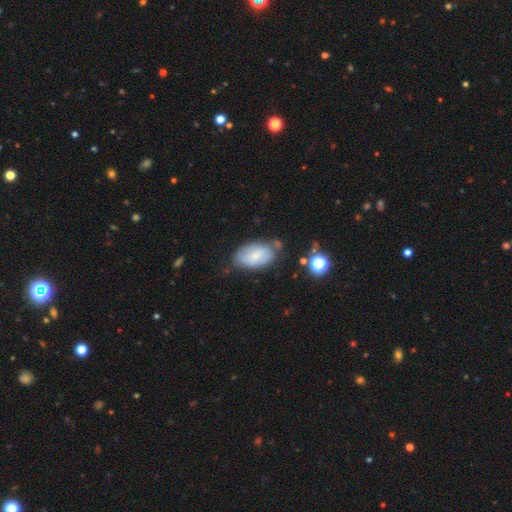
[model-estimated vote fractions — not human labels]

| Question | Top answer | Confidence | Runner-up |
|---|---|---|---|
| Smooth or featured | smooth | 68% | featured or disk (24%) |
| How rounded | in between | 93% | round (5%) |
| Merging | none | 58% | minor disturbance (27%) |